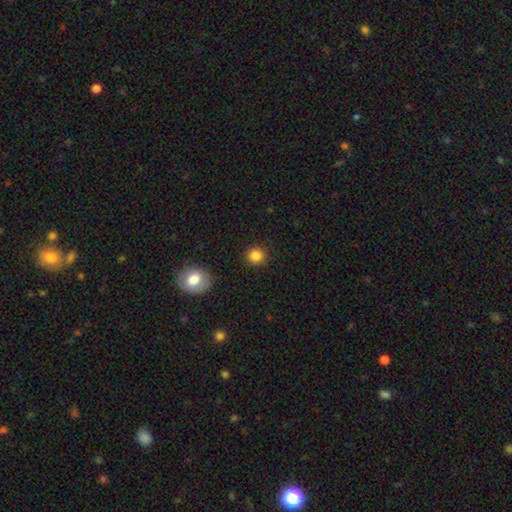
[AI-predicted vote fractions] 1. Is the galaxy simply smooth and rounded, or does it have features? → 85% smooth, 11% star or artifact, 4% featured or disk.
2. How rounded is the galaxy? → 93% round, 6% in between, 1% cigar-shaped.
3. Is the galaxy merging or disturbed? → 90% none, 6% minor disturbance, 2% major disturbance, 1% merger.